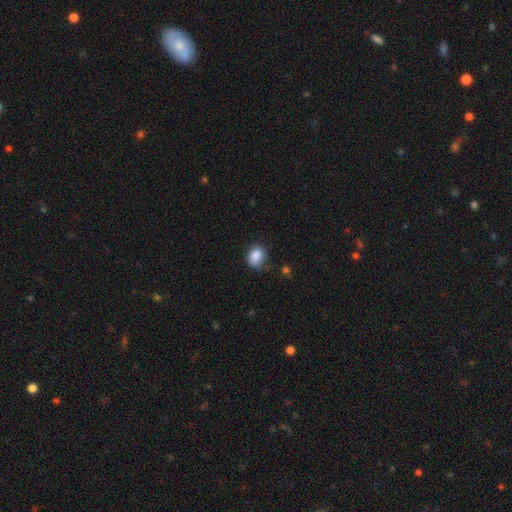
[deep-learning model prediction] Smooth or featured?
  - smooth: 85% *
  - star or artifact: 9%
  - featured or disk: 6%
How rounded?
  - round: 54% *
  - in between: 45%
  - cigar-shaped: 1%
Merging?
  - none: 60% *
  - minor disturbance: 31%
  - major disturbance: 7%
  - merger: 2%